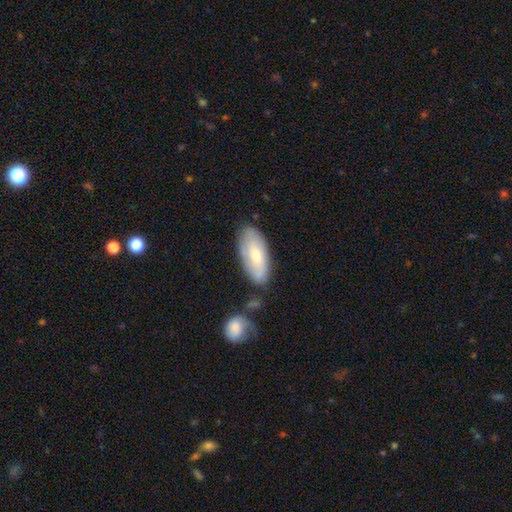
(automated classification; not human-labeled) Overall: smooth (61%; featured or disk 33%). How rounded: in between (87%). Merging: none (69%).